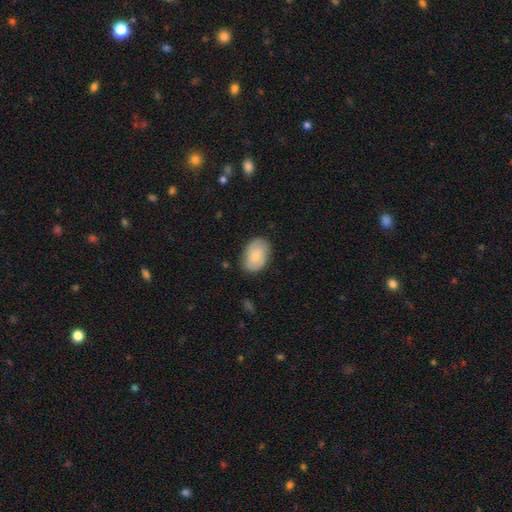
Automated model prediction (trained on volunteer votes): This appears to be a smooth galaxy with no disk features (64%) that is in between round and cigar-shaped (84%). Merging: none (77%).